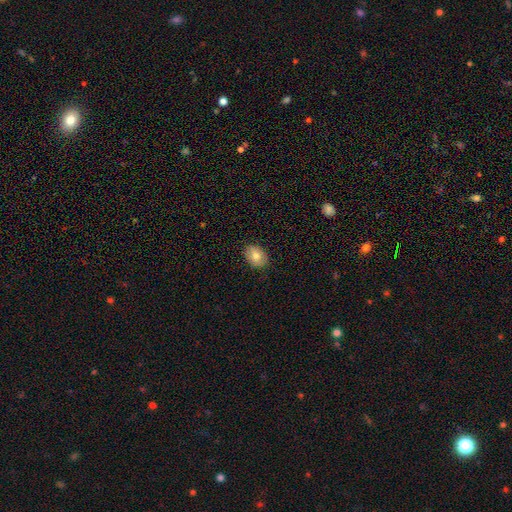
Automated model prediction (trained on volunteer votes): Smooth or featured? Predicted: smooth (p=0.80). How rounded? Predicted: in between (p=0.73). Merging? Predicted: none (p=0.88).